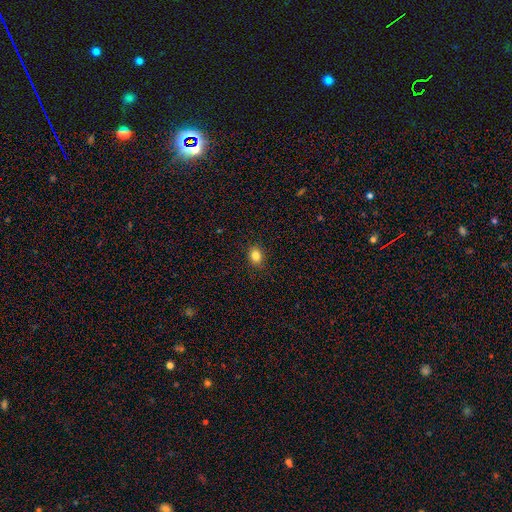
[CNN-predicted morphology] Smooth or featured? smooth (84%)
How rounded? in between (56%)
Merging? none (89%)